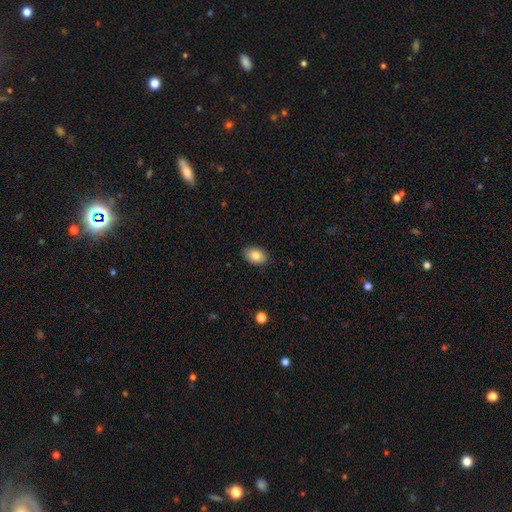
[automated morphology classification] This is clearly a smooth galaxy (81%). How rounded: clearly in between (83%). Merging: clearly none (87%).